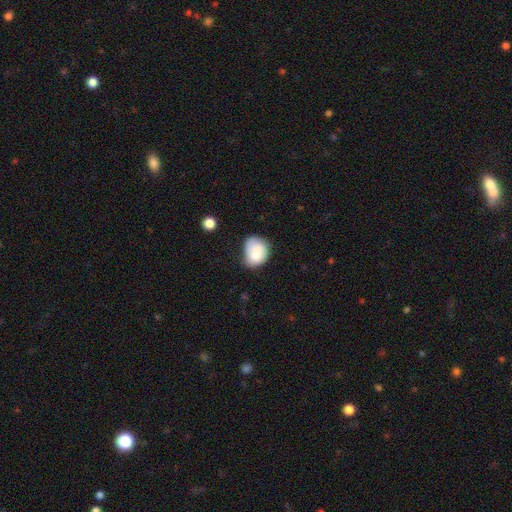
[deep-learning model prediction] This appears to be a smooth galaxy with no disk features (73%) that is round (52%). Merging: none (38%).